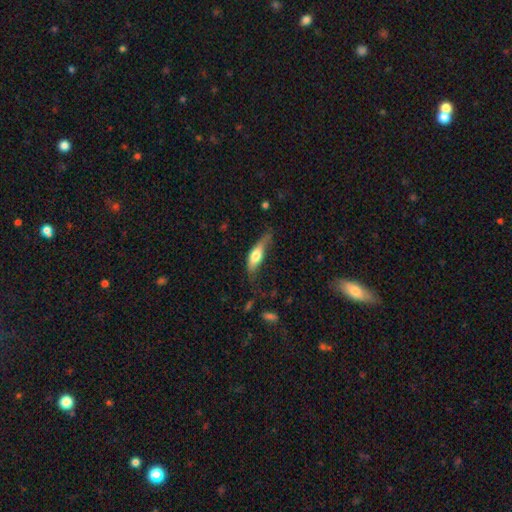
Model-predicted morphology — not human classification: smooth 59%, featured or disk 35%, star or artifact 6%. Down the decision tree: how rounded — in between (50%); merging — none (42%).